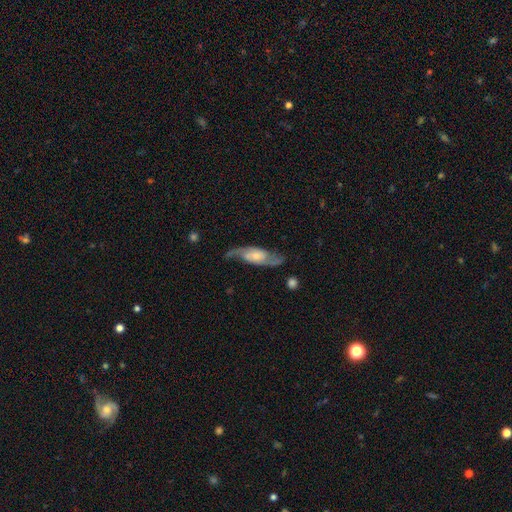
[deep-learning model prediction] Smooth or featured? featured or disk (83%)
Edge-on disk? no (90%)
Bar? no (54%)
Spiral arms? yes (96%)
Spiral winding? medium (44%)
Spiral arm count? 2 (91%)
Bulge size? small (41%)
Merging? none (74%)